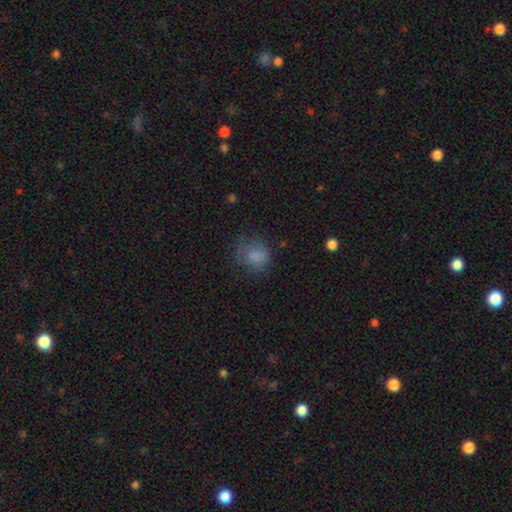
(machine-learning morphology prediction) type=smooth (78%); roundness=round (63%); merging=none (52%).